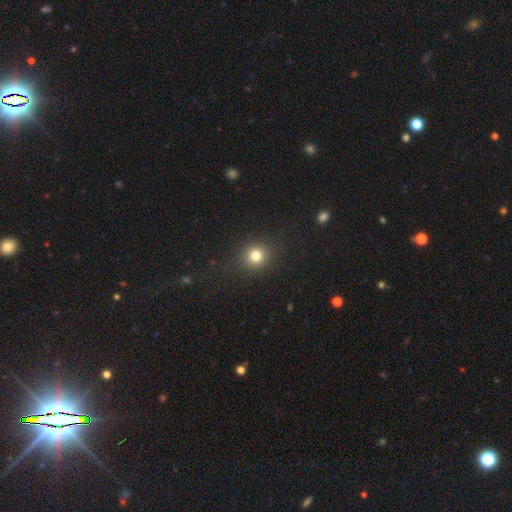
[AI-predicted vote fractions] smooth-or-featured: smooth: 79% | star or artifact: 14% | featured or disk: 7%
  how-rounded: round: 86% | in between: 13% | cigar-shaped: 1%
  merging: none: 86% | minor disturbance: 8% | major disturbance: 4% | merger: 1%